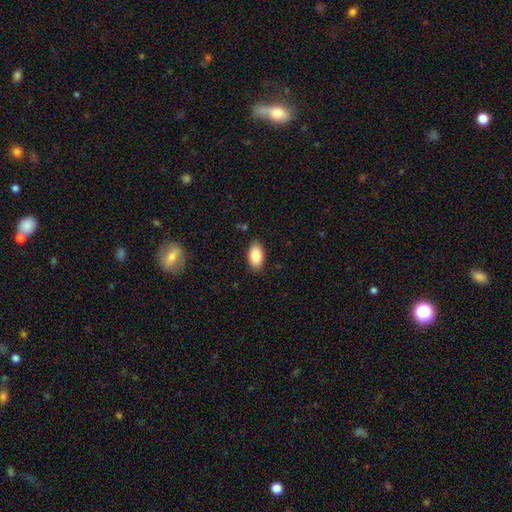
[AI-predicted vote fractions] The model was most divided on "merging": none: 87%, minor disturbance: 9%, major disturbance: 2%, merger: 1%. More confident: how rounded — in between (94%); smooth or featured — smooth (87%).